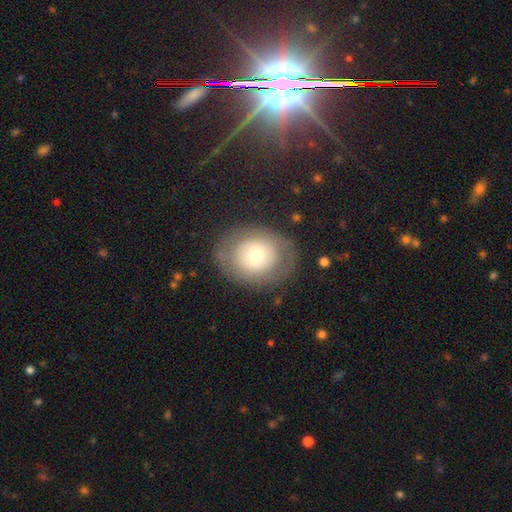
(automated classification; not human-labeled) This is possibly a smooth galaxy (58%). How rounded: possibly round (56%). Merging: likely none (77%).